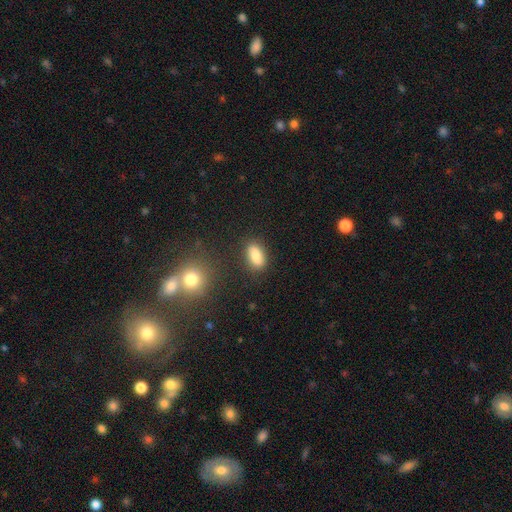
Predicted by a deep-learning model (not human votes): A smooth galaxy with no disk features (81%) that is in between round and cigar-shaped (87%). Merging: none (80%).